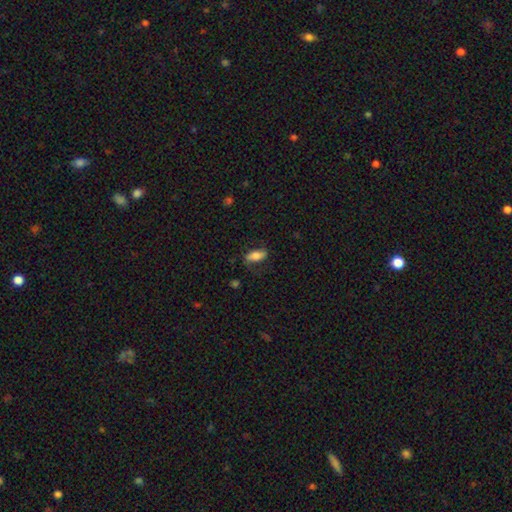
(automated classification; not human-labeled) Morphology: type=smooth (72%); roundness=in between (80%); merging=none (71%).